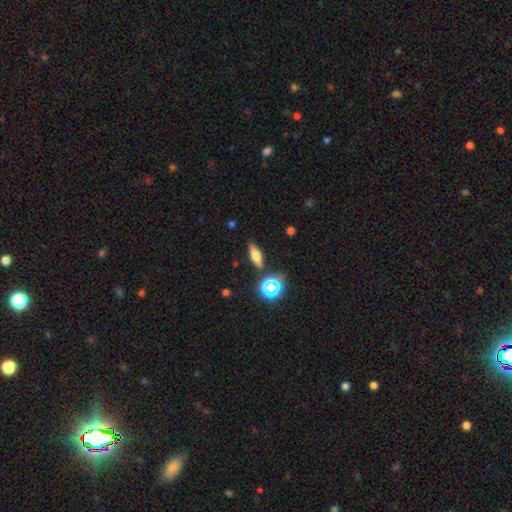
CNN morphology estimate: This appears to be a smooth galaxy with no disk features (46%). Merging: none (85%).